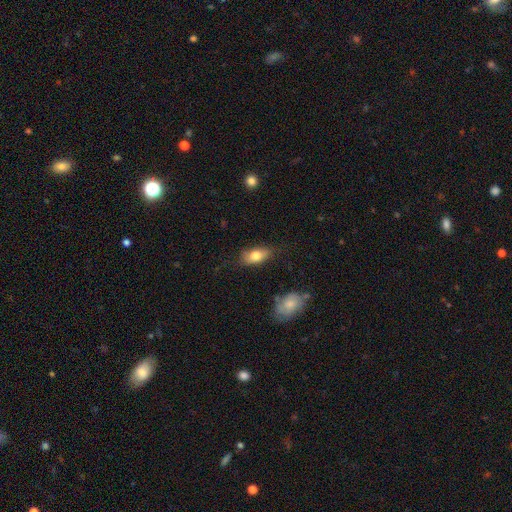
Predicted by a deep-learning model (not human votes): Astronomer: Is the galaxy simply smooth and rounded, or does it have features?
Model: smooth — 77%.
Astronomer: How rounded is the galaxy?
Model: in between — 86%.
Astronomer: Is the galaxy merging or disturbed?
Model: none — 71%.